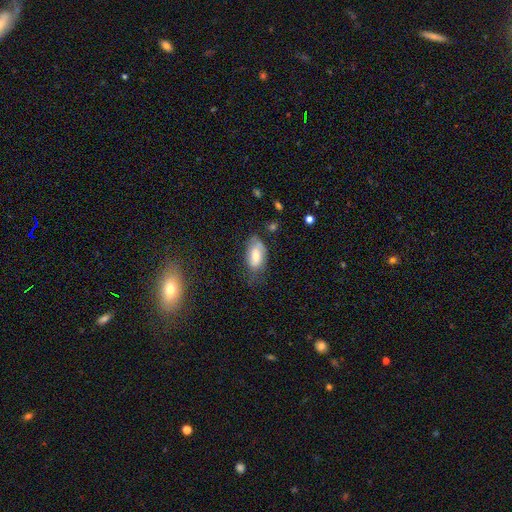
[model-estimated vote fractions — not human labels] Smooth or featured?
  - smooth: 62% *
  - featured or disk: 30%
  - star or artifact: 8%
How rounded?
  - in between: 91% *
  - cigar-shaped: 5%
  - round: 4%
Merging?
  - none: 54% *
  - minor disturbance: 31%
  - major disturbance: 12%
  - merger: 2%